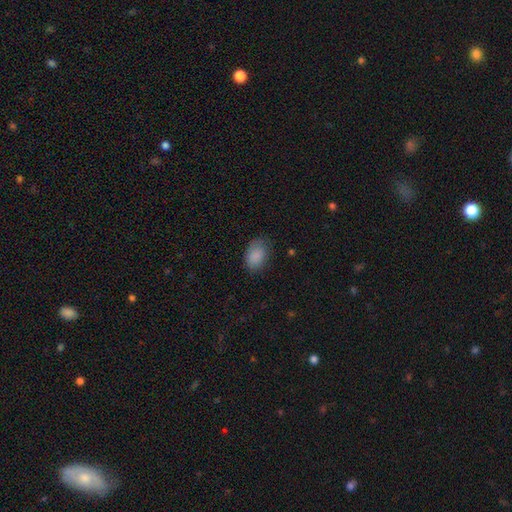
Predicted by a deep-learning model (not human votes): smooth-or-featured: smooth: 87% | star or artifact: 8% | featured or disk: 6%
  how-rounded: in between: 85% | round: 14% | cigar-shaped: 1%
  merging: none: 72% | minor disturbance: 21% | major disturbance: 6% | merger: 1%